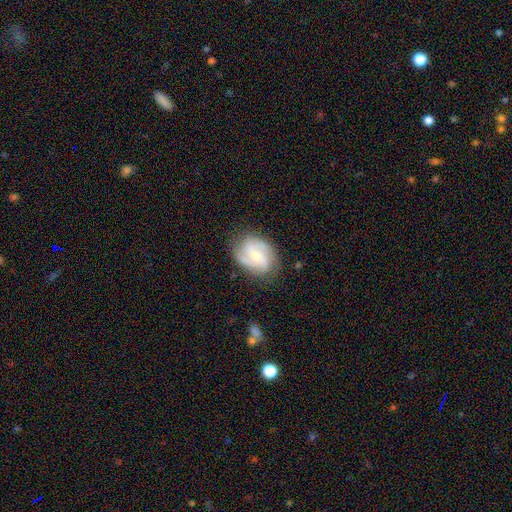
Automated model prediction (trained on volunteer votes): Smooth or featured: featured or disk — 81% (smooth — 13%)
Edge-on disk: no — 98% (yes — 2%)
Bar: no — 52% (weak — 40%)
Spiral arms: yes — 96% (no — 4%)
Spiral winding: medium — 50% (tight — 33%)
Spiral arm count: 3 — 48% (2 — 30%)
Bulge size: moderate — 49% (small — 47%)
Merging: none — 78% (minor disturbance — 16%)